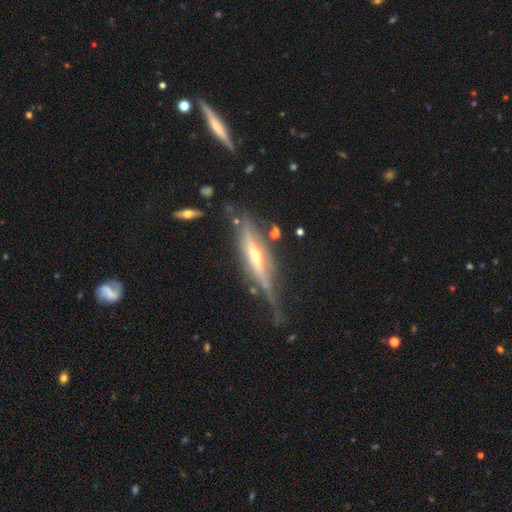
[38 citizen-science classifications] Morphology: type=featured or disk (76%); edge-on=yes (93%); edge-on bulge=rounded (78%); merging=none (54%).